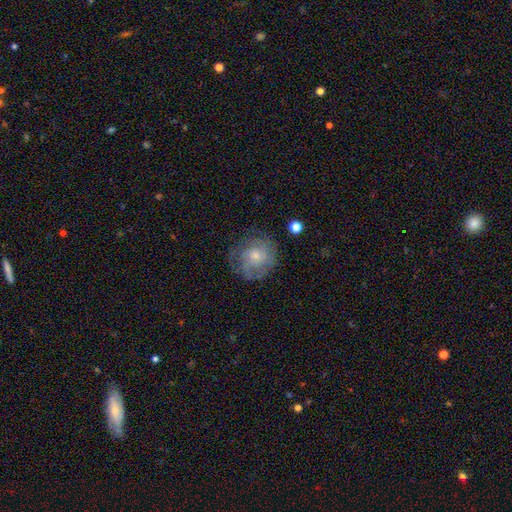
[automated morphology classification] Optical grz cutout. It shows a featured or disk galaxy (59%) with no bar (79%), spiral arms (82%) and a small central bulge (52%). Merging: none (75%).